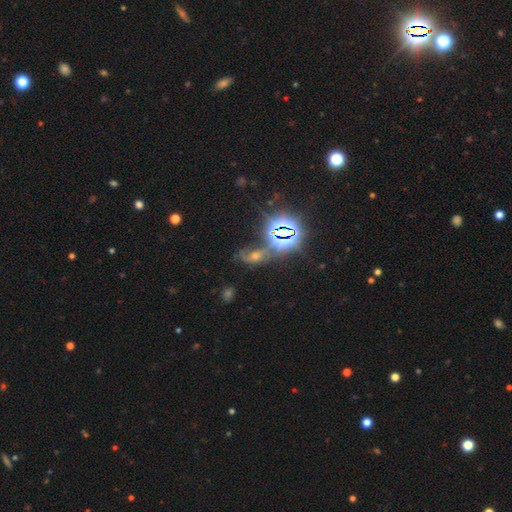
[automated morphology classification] smooth-or-featured: star or artifact: 60% | smooth: 20% | featured or disk: 20%